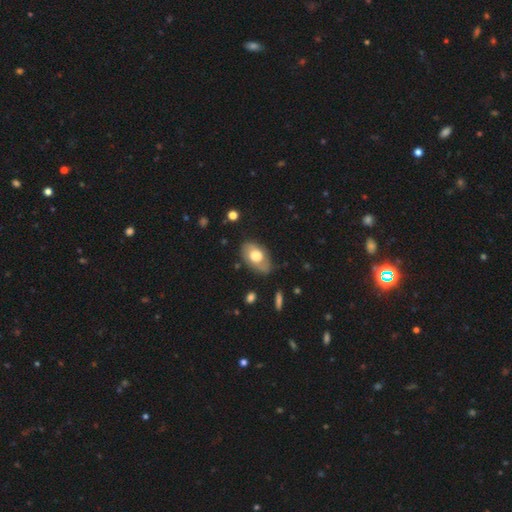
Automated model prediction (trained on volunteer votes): Q: Smooth or featured?
A: smooth (59%); runner-up: featured or disk (35%)
Q: How rounded?
A: in between (89%); runner-up: round (9%)
Q: Merging?
A: none (69%); runner-up: minor disturbance (23%)